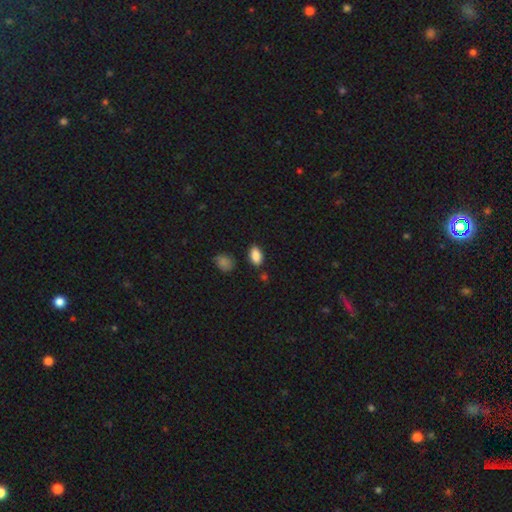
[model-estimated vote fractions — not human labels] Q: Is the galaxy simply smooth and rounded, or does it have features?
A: smooth — 88%.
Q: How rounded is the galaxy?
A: in between — 91%.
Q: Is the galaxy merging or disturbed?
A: none — 81%.